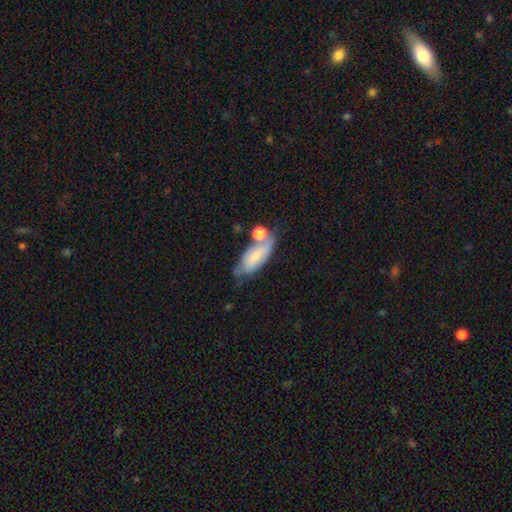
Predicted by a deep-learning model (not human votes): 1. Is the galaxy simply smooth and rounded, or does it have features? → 65% smooth, 27% featured or disk, 8% star or artifact.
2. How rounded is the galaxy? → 78% in between, 19% cigar-shaped, 3% round.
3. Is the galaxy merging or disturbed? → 41% none, 25% minor disturbance, 24% merger, 11% major disturbance.